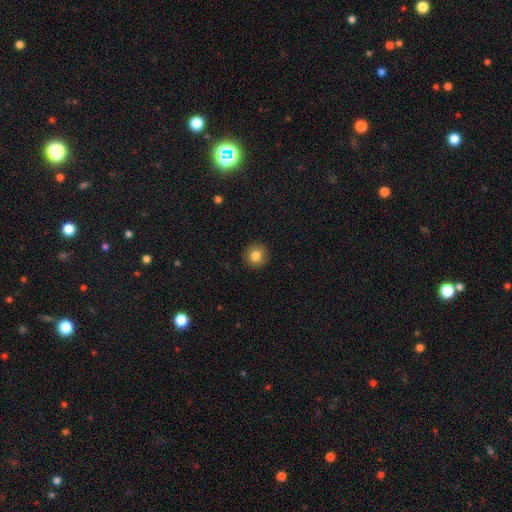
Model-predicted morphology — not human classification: smooth 82%, star or artifact 10%, featured or disk 8%. Down the decision tree: how rounded — round (93%); merging — none (92%).